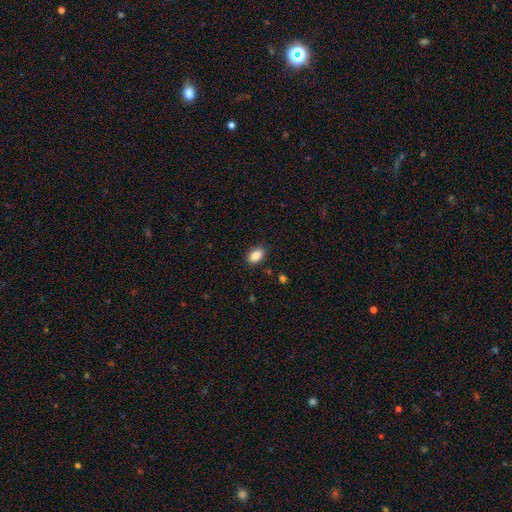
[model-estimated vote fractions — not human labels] smooth-or-featured: smooth: 88% | star or artifact: 8% | featured or disk: 3%
  how-rounded: in between: 89% | round: 9% | cigar-shaped: 2%
  merging: none: 87% | minor disturbance: 10% | major disturbance: 2% | merger: 1%